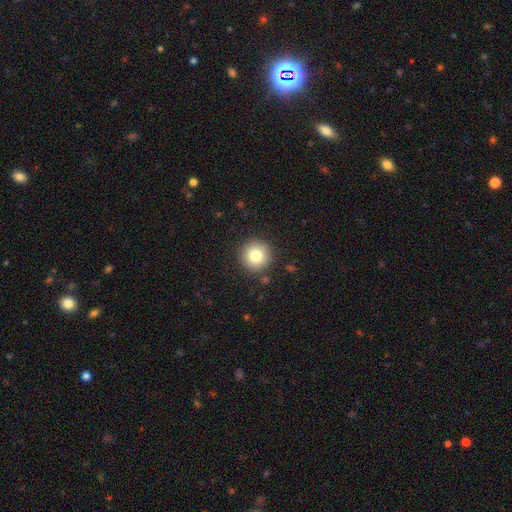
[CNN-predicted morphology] smooth_or_featured: smooth (p=0.81) [alt: star or artifact p=0.10]
how_rounded: round (p=0.95) [alt: in between p=0.04]
merging: none (p=0.90) [alt: minor disturbance p=0.07]